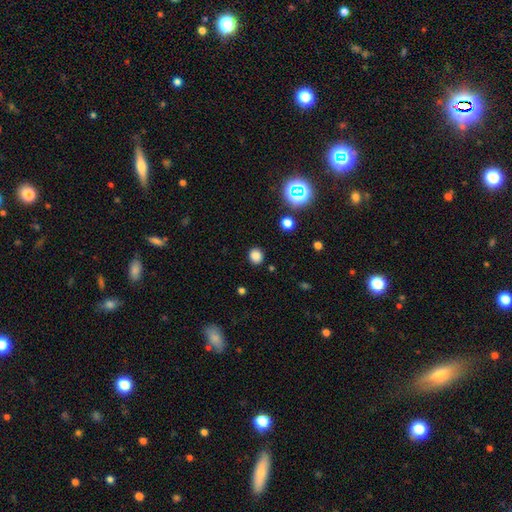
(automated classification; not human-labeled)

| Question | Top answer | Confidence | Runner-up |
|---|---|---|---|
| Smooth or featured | smooth | 81% | star or artifact (15%) |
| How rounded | round | 81% | in between (18%) |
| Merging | none | 88% | minor disturbance (7%) |